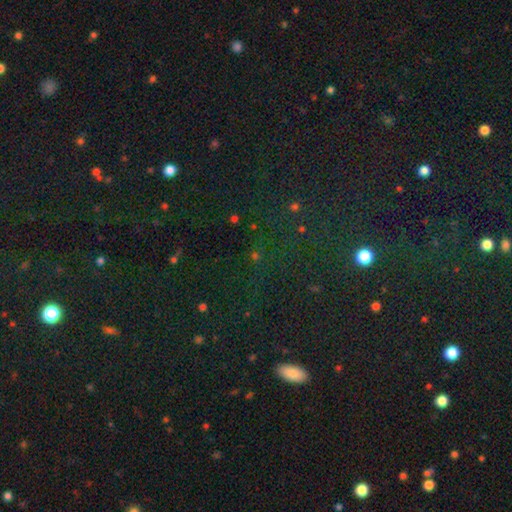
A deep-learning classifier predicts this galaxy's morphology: This appears to be a star or artifact, not a galaxy (65%).